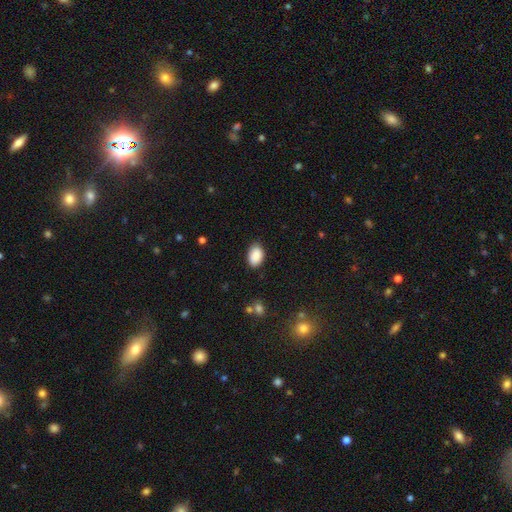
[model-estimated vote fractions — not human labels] This is clearly a smooth galaxy (89%). How rounded: clearly in between (90%). Merging: clearly none (84%).